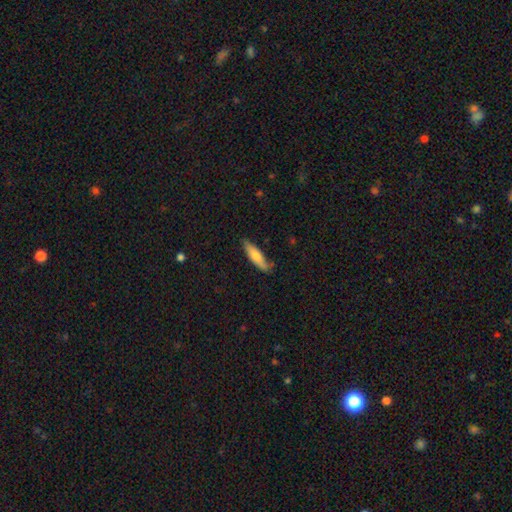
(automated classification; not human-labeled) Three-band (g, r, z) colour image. It shows a smooth galaxy with no disk features (69%) that is cigar-shaped (71%). Merging: none (77%).